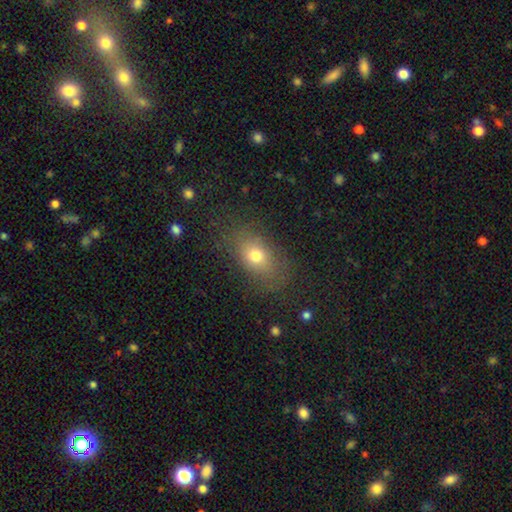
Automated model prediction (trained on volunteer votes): smooth_or_featured: smooth (p=0.70) [alt: featured or disk p=0.16]
how_rounded: in between (p=0.75) [alt: round p=0.22]
merging: none (p=0.76) [alt: minor disturbance p=0.14]